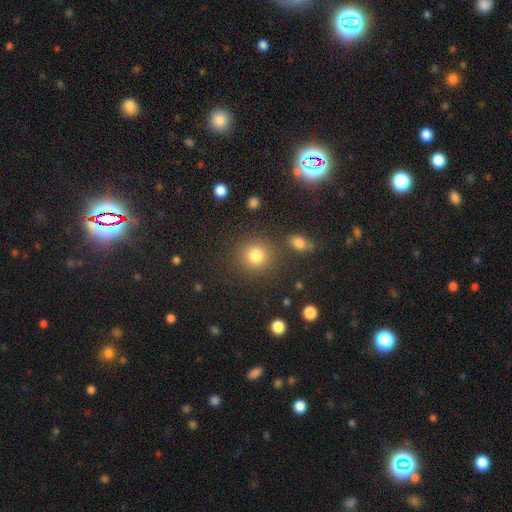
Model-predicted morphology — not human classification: smooth_or_featured: smooth (p=0.81) [alt: star or artifact p=0.13]
how_rounded: round (p=0.89) [alt: in between p=0.10]
merging: none (p=0.82) [alt: minor disturbance p=0.08]